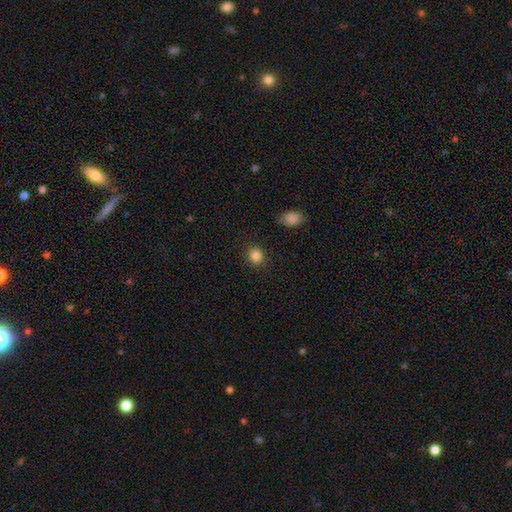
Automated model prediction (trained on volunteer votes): smooth_or_featured: smooth (p=0.85) [alt: star or artifact p=0.11]
how_rounded: round (p=0.77) [alt: in between p=0.22]
merging: none (p=0.89) [alt: minor disturbance p=0.07]